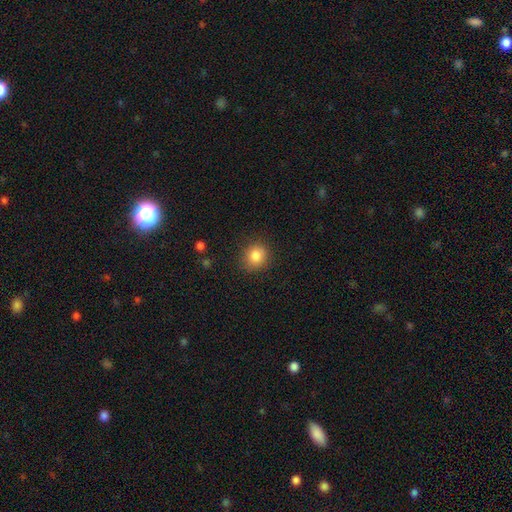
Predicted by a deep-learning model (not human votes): The model was most divided on "how rounded": round: 81%, in between: 19%, cigar-shaped: 1%. More confident: merging — none (86%); smooth or featured — smooth (84%).